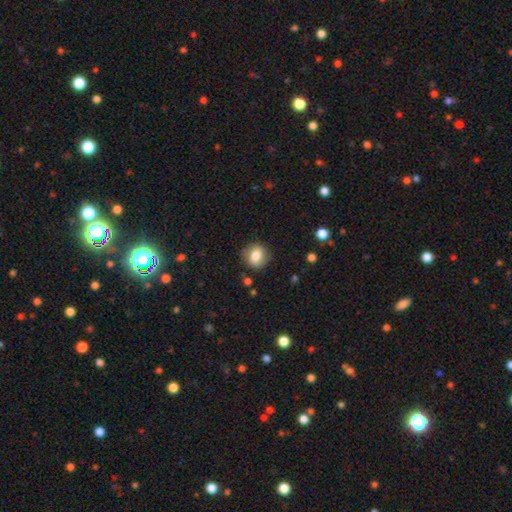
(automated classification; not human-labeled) Smooth or featured? smooth (78%)
How rounded? round (74%)
Merging? none (83%)